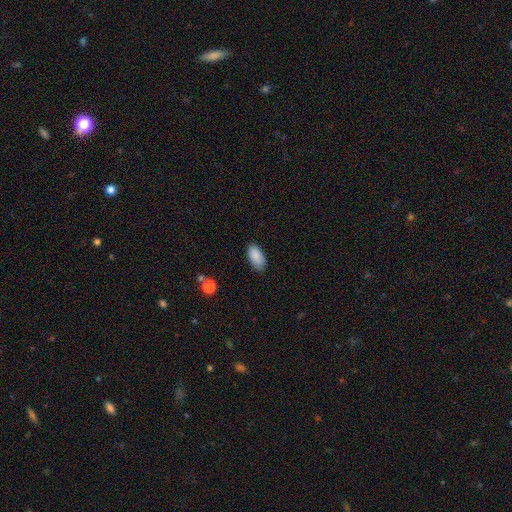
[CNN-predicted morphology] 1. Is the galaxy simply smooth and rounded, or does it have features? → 88% smooth, 8% star or artifact, 4% featured or disk.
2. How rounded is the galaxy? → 94% in between, 3% cigar-shaped, 3% round.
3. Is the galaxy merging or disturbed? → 81% none, 14% minor disturbance, 3% major disturbance, 1% merger.